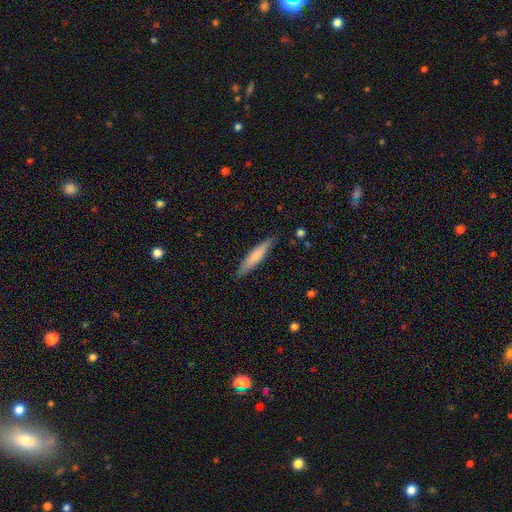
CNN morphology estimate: smooth-or-featured: smooth: 73% | featured or disk: 21% | star or artifact: 5%
  how-rounded: cigar-shaped: 89% | in between: 10% | round: 1%
  merging: none: 86% | minor disturbance: 11% | major disturbance: 2% | merger: 1%